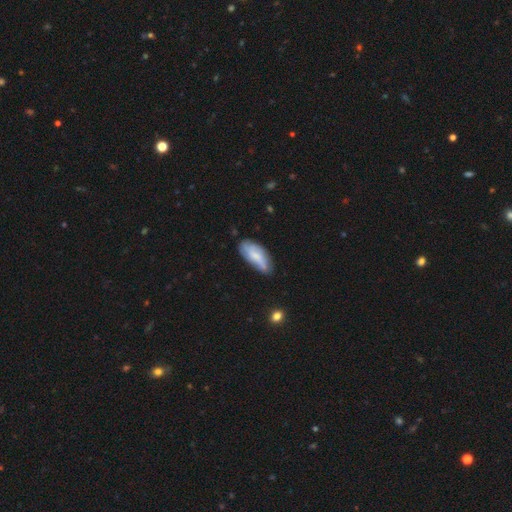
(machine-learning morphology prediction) Smooth or featured: smooth — 57% (featured or disk — 37%)
How rounded: in between — 81% (cigar-shaped — 17%)
Merging: none — 62% (minor disturbance — 28%)